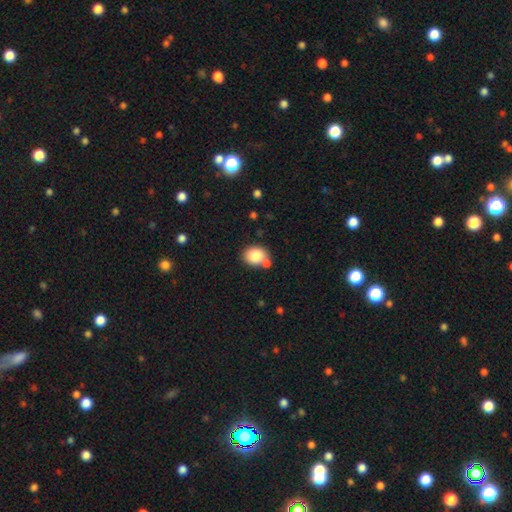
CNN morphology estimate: A smooth galaxy with no disk features (83%) that is round (59%).

Vote fractions:
- Smooth or featured? smooth: 83% / star or artifact: 9% / featured or disk: 8%
- How rounded? round: 59% / in between: 40% / cigar-shaped: 1%
- Merging? none: 61% / merger: 23% / minor disturbance: 12% / major disturbance: 4%